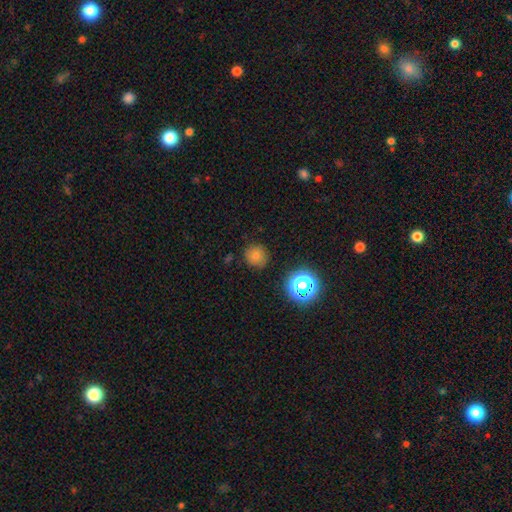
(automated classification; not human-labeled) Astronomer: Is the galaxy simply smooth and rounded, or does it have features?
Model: smooth — 73%.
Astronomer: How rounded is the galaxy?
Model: round — 90%.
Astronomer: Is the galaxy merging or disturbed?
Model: none — 84%.